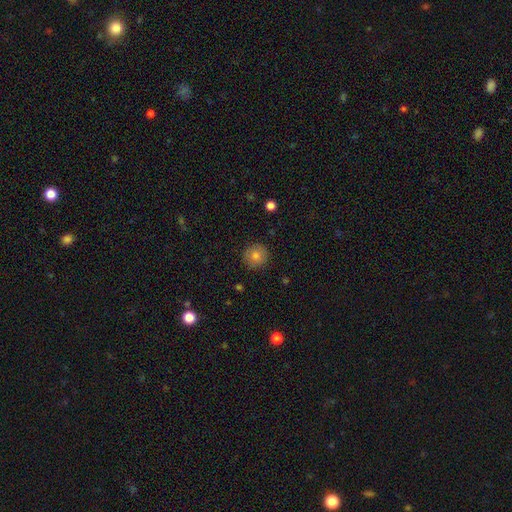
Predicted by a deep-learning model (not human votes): smooth 81%, star or artifact 10%, featured or disk 9%. Down the decision tree: how rounded — round (94%); merging — none (89%).